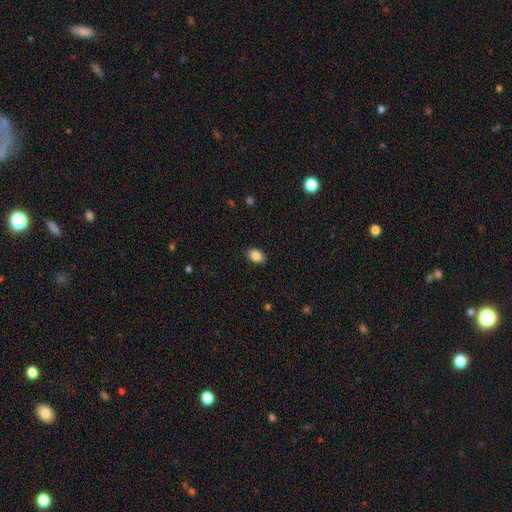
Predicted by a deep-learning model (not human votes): smooth 87%, star or artifact 8%, featured or disk 4%. Down the decision tree: how rounded — in between (78%); merging — none (89%).